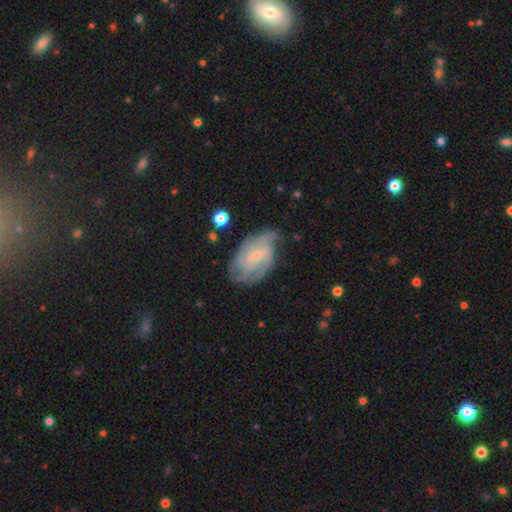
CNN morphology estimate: Q: Smooth or featured?
A: featured or disk (81%); runner-up: smooth (12%)
Q: Edge-on disk?
A: no (97%); runner-up: yes (3%)
Q: Bar?
A: no (48%); runner-up: weak (42%)
Q: Spiral arms?
A: yes (94%); runner-up: no (6%)
Q: Spiral winding?
A: tight (43%); tied with: medium (43%)
Q: Spiral arm count?
A: 3 (27%); runner-up: can't tell (26%)
Q: Bulge size?
A: small (76%); runner-up: moderate (17%)
Q: Merging?
A: none (65%); runner-up: minor disturbance (24%)